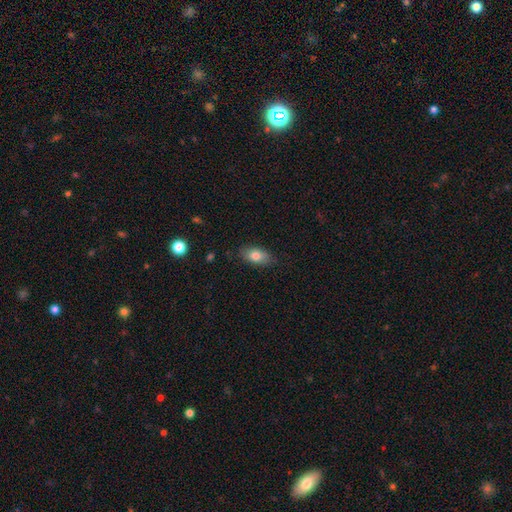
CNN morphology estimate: Smooth or featured?
  - smooth: 79% *
  - featured or disk: 13%
  - star or artifact: 8%
How rounded?
  - in between: 89% *
  - round: 6%
  - cigar-shaped: 5%
Merging?
  - none: 83% *
  - minor disturbance: 13%
  - major disturbance: 3%
  - merger: 1%